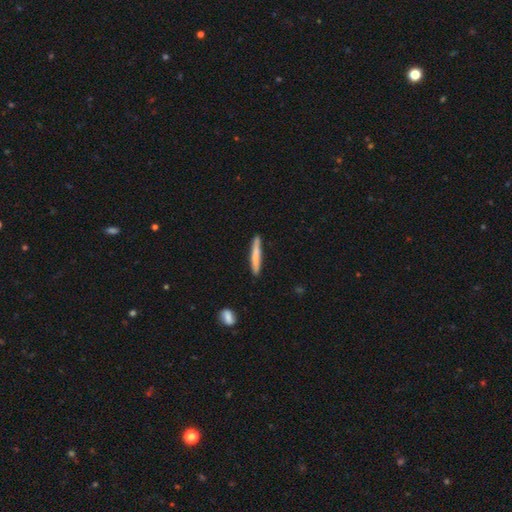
Volunteers were most divided on "smooth or featured": smooth: 65%, featured or disk: 30%, star or artifact: 5%. More confident: how rounded — cigar-shaped (92%); merging — none (77%).